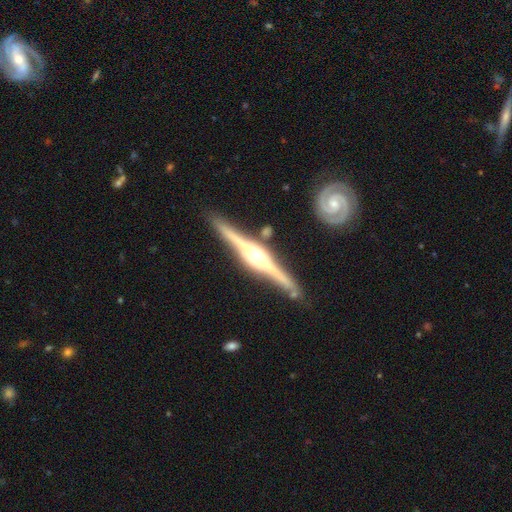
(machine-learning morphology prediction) type=featured or disk (89%); edge-on=yes (98%); edge-on bulge=rounded (91%); merging=none (84%).